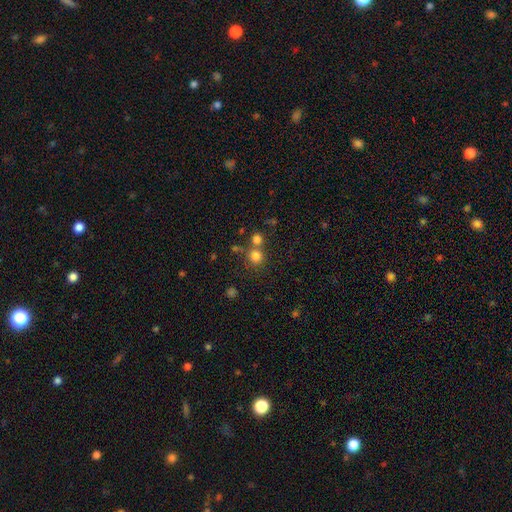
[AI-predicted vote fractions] Smooth or featured?
  - smooth: 79% *
  - star or artifact: 14%
  - featured or disk: 7%
How rounded?
  - round: 90% *
  - in between: 9%
  - cigar-shaped: 1%
Merging?
  - none: 62% *
  - merger: 27%
  - minor disturbance: 7%
  - major disturbance: 3%